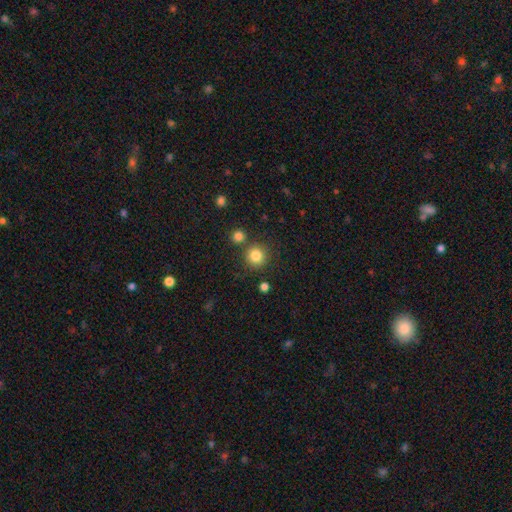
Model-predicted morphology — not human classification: The model was most divided on "merging": none: 80%, merger: 9%, minor disturbance: 8%, major disturbance: 3%. More confident: how rounded — round (92%); smooth or featured — smooth (83%).